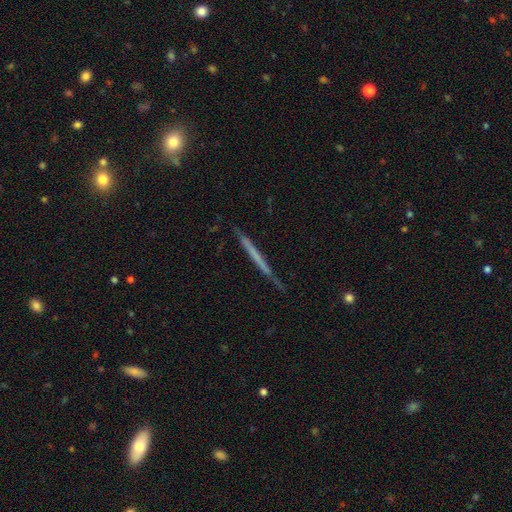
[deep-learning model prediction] Smooth or featured? featured or disk (53%)
Edge-on disk? yes (96%)
Edge-on bulge? none (92%)
Merging? none (84%)